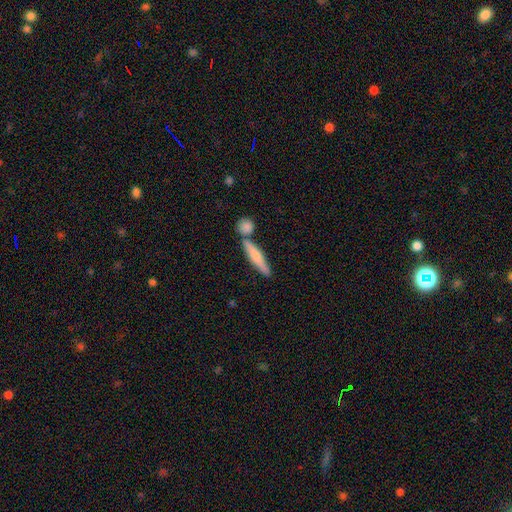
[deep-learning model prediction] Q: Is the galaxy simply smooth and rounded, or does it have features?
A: smooth — 66%.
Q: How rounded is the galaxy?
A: cigar-shaped — 86%.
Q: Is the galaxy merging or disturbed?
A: none — 70%.